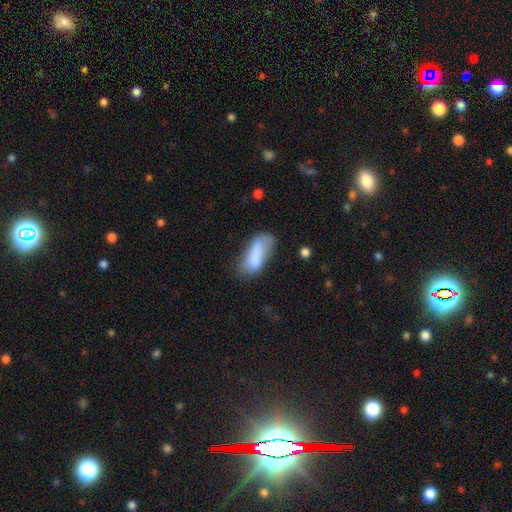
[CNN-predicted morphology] The model was most divided on "merging": none: 38%, minor disturbance: 32%, major disturbance: 22%, merger: 8%. More confident: how rounded — in between (75%); smooth or featured — smooth (75%).